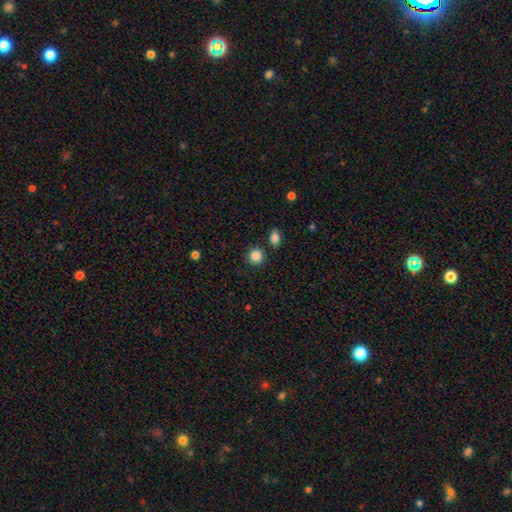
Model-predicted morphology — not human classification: smooth-or-featured: smooth: 86% | star or artifact: 10% | featured or disk: 4%
  how-rounded: round: 90% | in between: 9% | cigar-shaped: 1%
  merging: none: 83% | minor disturbance: 9% | merger: 6% | major disturbance: 3%